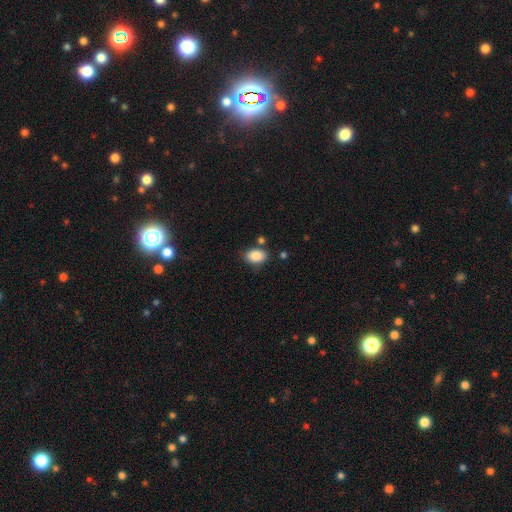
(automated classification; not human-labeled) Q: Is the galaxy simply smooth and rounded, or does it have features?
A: smooth — 87%.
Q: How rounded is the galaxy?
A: in between — 83%.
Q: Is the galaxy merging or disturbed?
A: none — 72%.